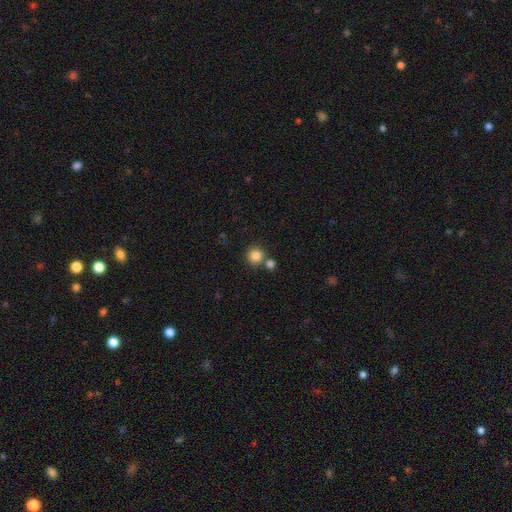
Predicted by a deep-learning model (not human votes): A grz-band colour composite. It shows a smooth galaxy with no disk features (84%) that is round (93%). Merging: none (71%).